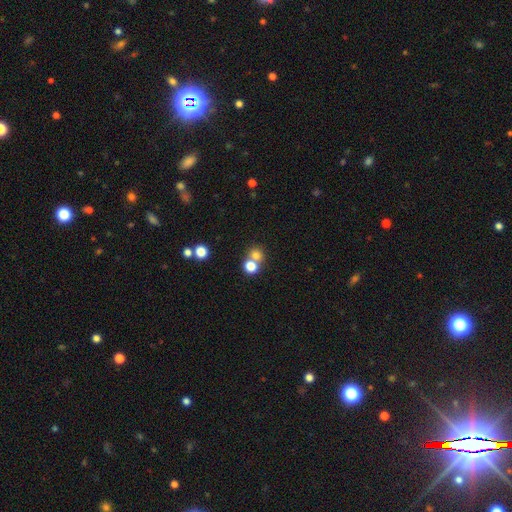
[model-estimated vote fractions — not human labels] This is likely a smooth galaxy (75%). How rounded: clearly round (85%). Merging: possibly none (48%).